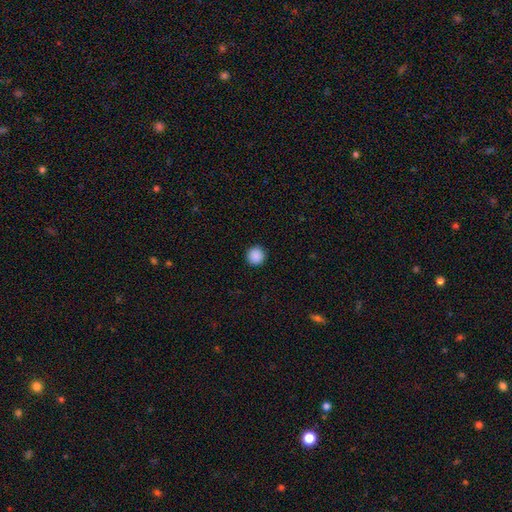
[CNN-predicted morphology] Smooth or featured? smooth (89%)
How rounded? round (94%)
Merging? none (93%)